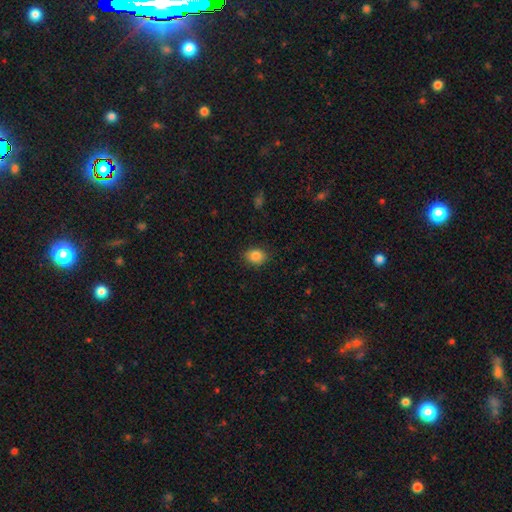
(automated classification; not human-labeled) Morphology: type=smooth (86%); roundness=in between (55%); merging=none (86%).